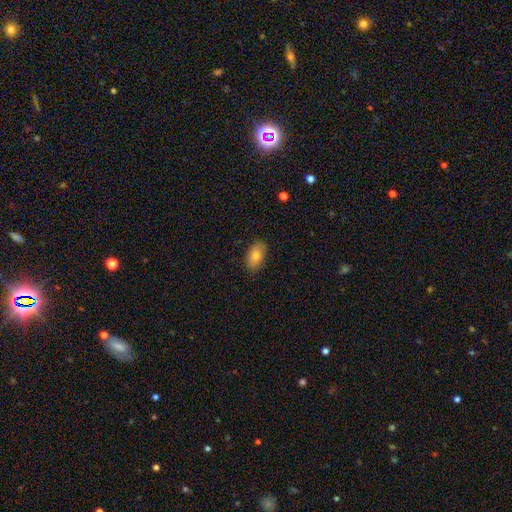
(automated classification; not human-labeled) Smooth or featured? Predicted: smooth (p=0.78). How rounded? Predicted: in between (p=0.93). Merging? Predicted: none (p=0.86).